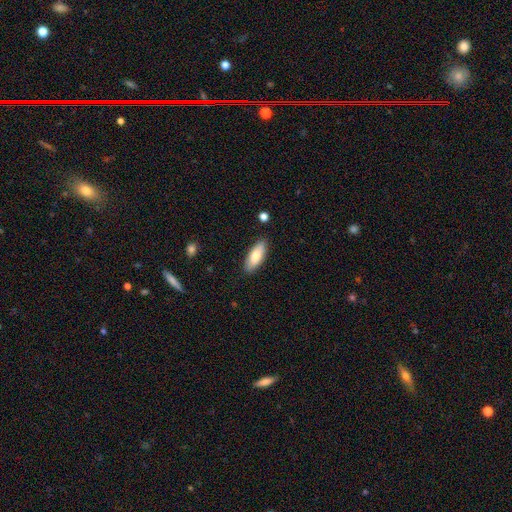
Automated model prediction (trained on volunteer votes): Smooth or featured?
  - smooth: 80% *
  - featured or disk: 14%
  - star or artifact: 6%
How rounded?
  - in between: 72% *
  - cigar-shaped: 26%
  - round: 2%
Merging?
  - none: 87% *
  - minor disturbance: 9%
  - major disturbance: 2%
  - merger: 1%